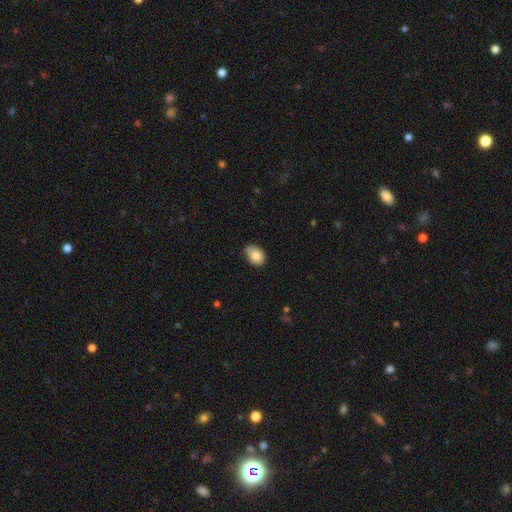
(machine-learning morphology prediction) This appears to be a smooth galaxy with no disk features (82%) that is in between round and cigar-shaped (73%). Merging: none (59%).